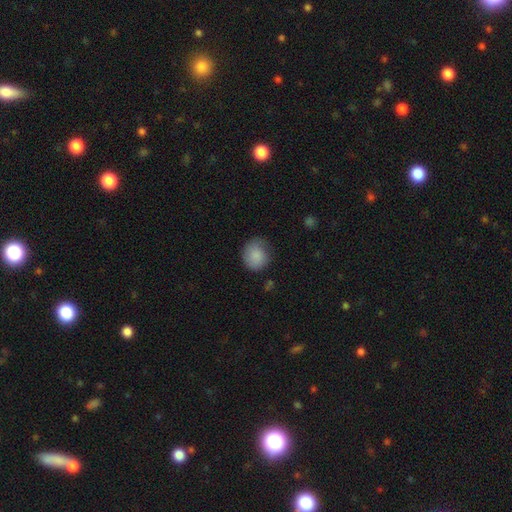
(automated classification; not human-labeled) smooth-or-featured: smooth: 86% | featured or disk: 7% | star or artifact: 7%
  how-rounded: round: 77% | in between: 22% | cigar-shaped: 1%
  merging: none: 66% | minor disturbance: 25% | major disturbance: 7% | merger: 2%